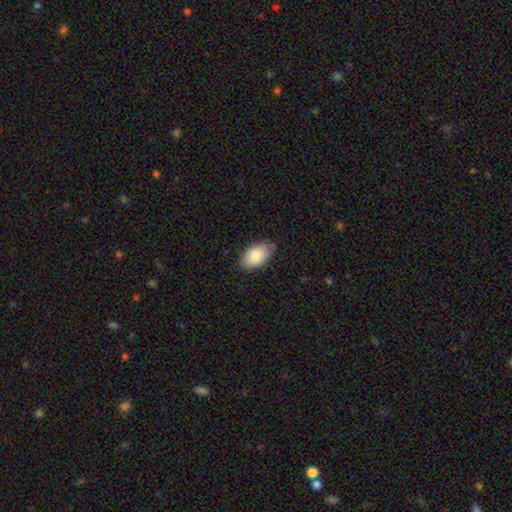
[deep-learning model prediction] Q: Smooth or featured?
A: smooth (86%); runner-up: featured or disk (8%)
Q: How rounded?
A: in between (94%); runner-up: round (4%)
Q: Merging?
A: none (81%); runner-up: minor disturbance (16%)